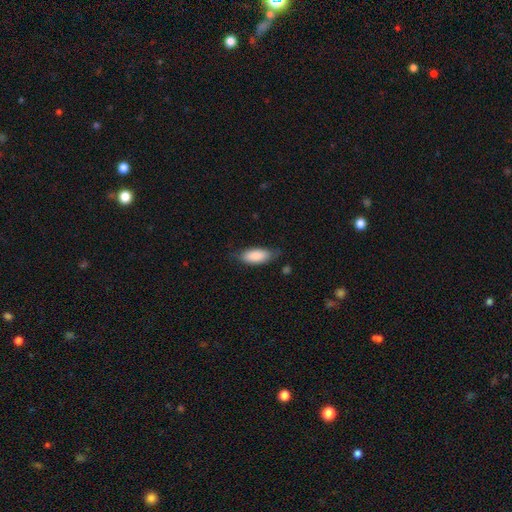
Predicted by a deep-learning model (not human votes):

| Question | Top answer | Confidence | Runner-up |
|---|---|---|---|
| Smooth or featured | smooth | 85% | featured or disk (9%) |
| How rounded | in between | 84% | cigar-shaped (14%) |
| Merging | none | 69% | minor disturbance (25%) |